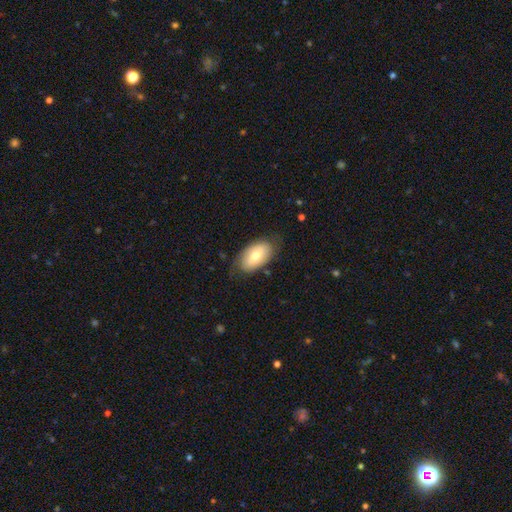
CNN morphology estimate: This appears to be a smooth galaxy with no disk features (63%) that is in between round and cigar-shaped (93%). Merging: none (72%).